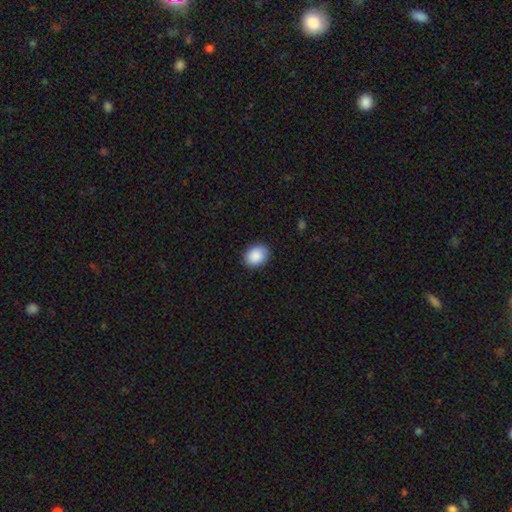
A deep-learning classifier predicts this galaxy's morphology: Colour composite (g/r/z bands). It shows a smooth galaxy with no disk features (89%) that is in between round and cigar-shaped (65%). Merging: none (87%).